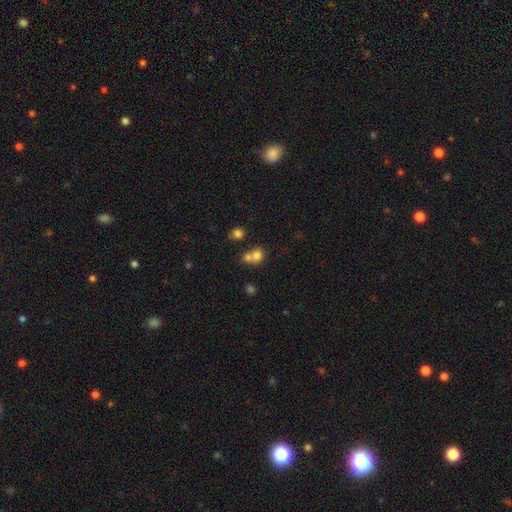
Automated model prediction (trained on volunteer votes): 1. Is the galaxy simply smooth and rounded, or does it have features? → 76% smooth, 13% star or artifact, 11% featured or disk.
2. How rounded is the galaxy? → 74% round, 25% in between, 1% cigar-shaped.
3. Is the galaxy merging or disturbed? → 52% merger, 38% none, 7% minor disturbance, 3% major disturbance.